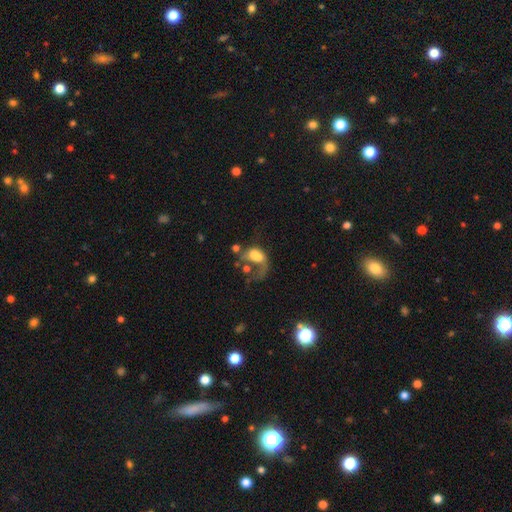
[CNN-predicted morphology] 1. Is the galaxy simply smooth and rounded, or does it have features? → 46% featured or disk, 42% smooth, 12% star or artifact.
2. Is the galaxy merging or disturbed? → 50% major disturbance, 27% merger, 14% none, 9% minor disturbance.